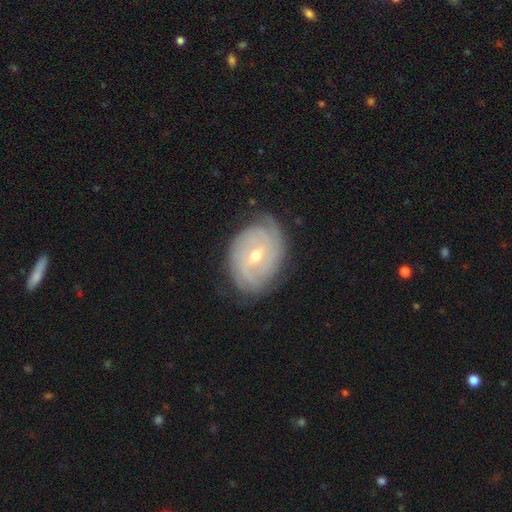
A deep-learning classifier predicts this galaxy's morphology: The model was most divided on "bar": weak: 46%, no: 43%, strong: 12%. Remaining: edge-on disk — no (96%); spiral arms — yes (94%); smooth or featured — featured or disk (82%); merging — none (76%); spiral winding — tight (75%); bulge size — moderate (58%); spiral arm count — can't tell (37%).